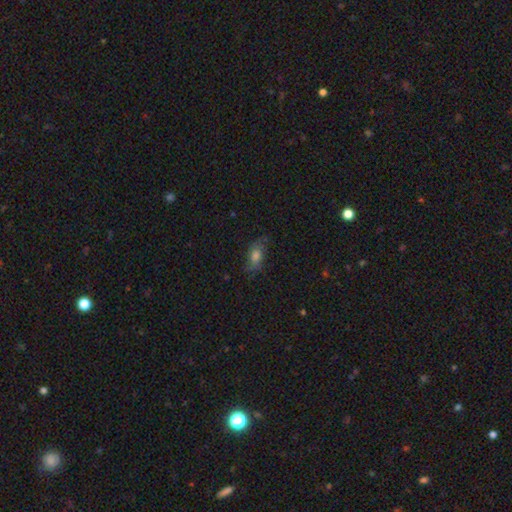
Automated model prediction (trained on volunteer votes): This is possibly a smooth galaxy (55%). How rounded: likely in between (75%). Merging: likely none (69%).